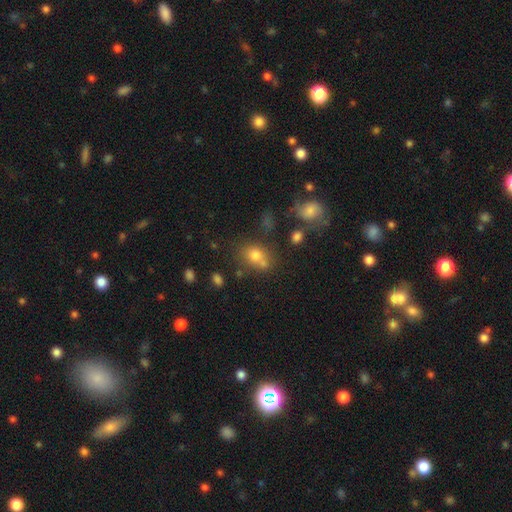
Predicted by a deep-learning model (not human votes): Smooth or featured: smooth — 73% (star or artifact — 14%)
How rounded: in between — 51% (round — 47%)
Merging: none — 48% (merger — 29%)